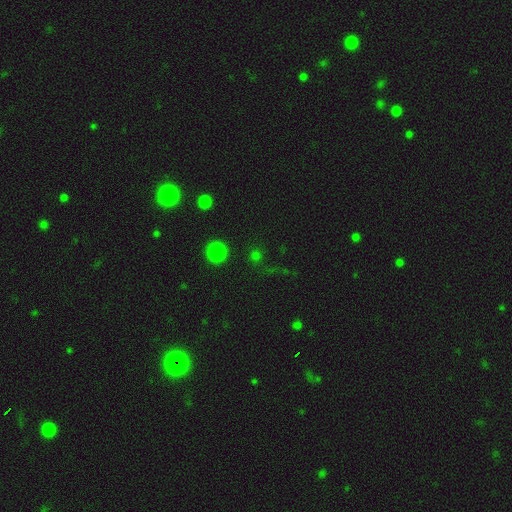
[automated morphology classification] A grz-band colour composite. It shows a smooth galaxy with no disk features (58%) that is round (91%). Merging: none (82%).